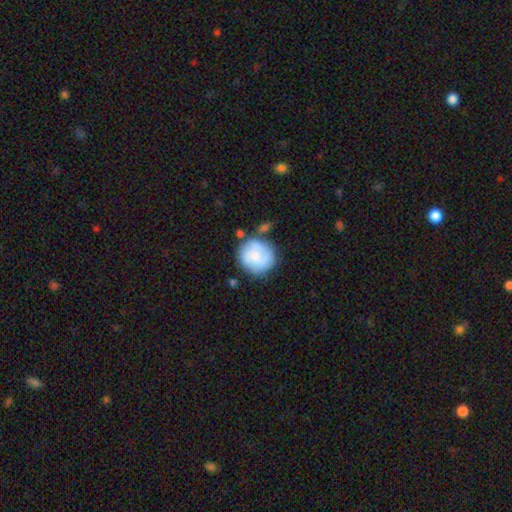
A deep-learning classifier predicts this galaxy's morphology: Q: Smooth or featured?
A: smooth (64%); runner-up: featured or disk (30%)
Q: How rounded?
A: round (89%); runner-up: in between (10%)
Q: Merging?
A: none (63%); runner-up: minor disturbance (20%)